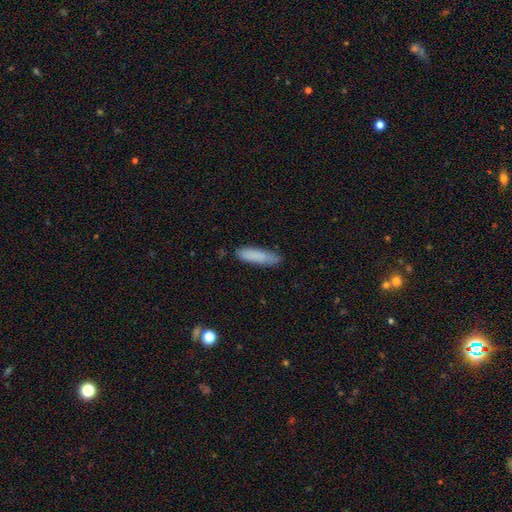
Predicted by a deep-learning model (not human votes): smooth-or-featured: smooth: 84% | featured or disk: 9% | star or artifact: 7%
  how-rounded: cigar-shaped: 71% | in between: 27% | round: 1%
  merging: none: 80% | minor disturbance: 15% | major disturbance: 3% | merger: 2%